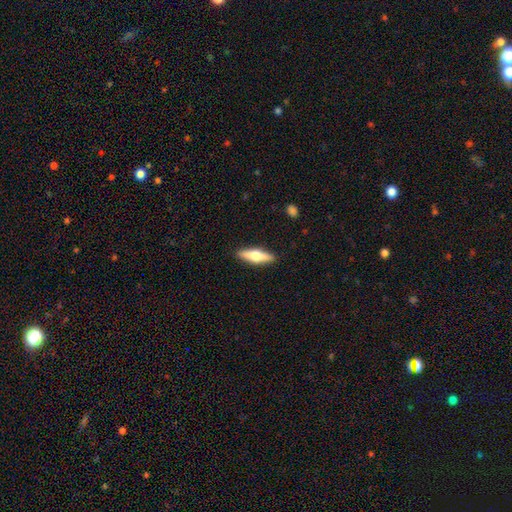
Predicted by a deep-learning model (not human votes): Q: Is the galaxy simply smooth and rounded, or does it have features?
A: smooth — 52%.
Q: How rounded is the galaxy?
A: cigar-shaped — 60%.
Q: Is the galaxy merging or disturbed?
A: none — 90%.